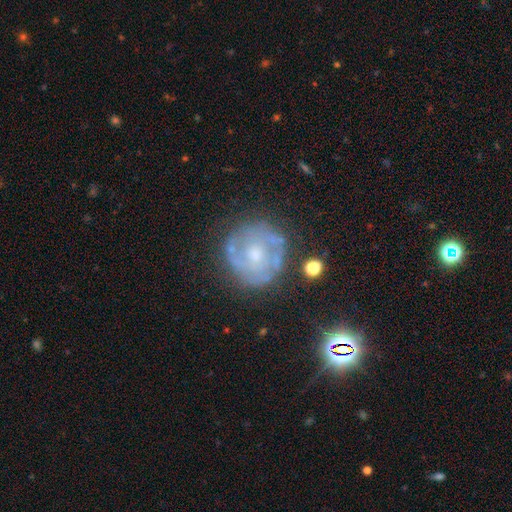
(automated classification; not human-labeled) Smooth or featured? Predicted: featured or disk (p=0.71). Edge-on disk? Predicted: no (p=0.97). Bar? Predicted: no (p=0.75). Spiral arms? Predicted: yes (p=0.66). Bulge size? Predicted: moderate (p=0.51). Merging? Predicted: none (p=0.72).